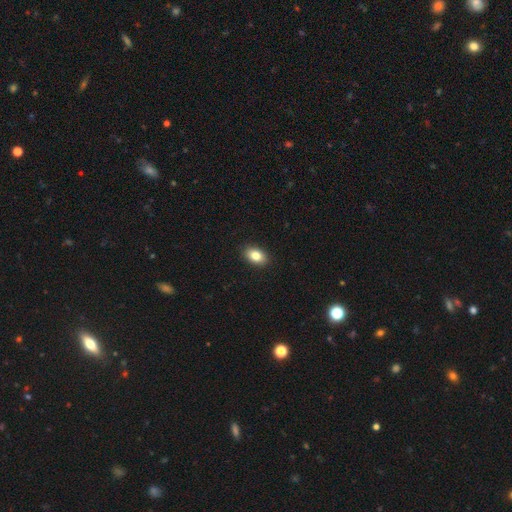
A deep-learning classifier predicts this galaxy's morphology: Smooth or featured?
  - smooth: 83% *
  - star or artifact: 8%
  - featured or disk: 8%
How rounded?
  - in between: 86% *
  - round: 13%
  - cigar-shaped: 2%
Merging?
  - none: 90% *
  - minor disturbance: 7%
  - major disturbance: 2%
  - merger: 1%